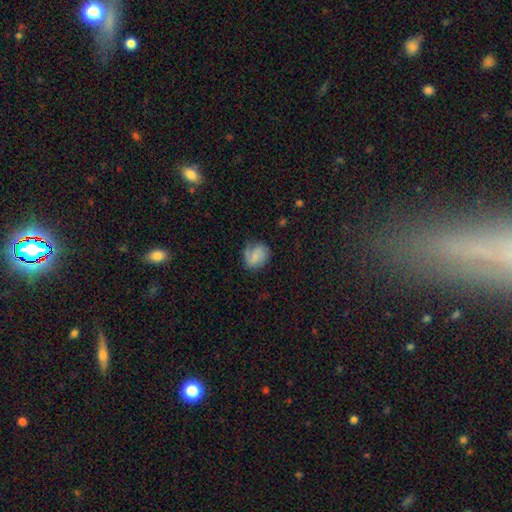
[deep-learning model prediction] A smooth galaxy with no disk features (58%) that is round (65%).

Vote fractions:
- Smooth or featured? smooth: 58% / featured or disk: 34% / star or artifact: 8%
- How rounded? round: 65% / in between: 34% / cigar-shaped: 1%
- Merging? none: 63% / minor disturbance: 25% / major disturbance: 10% / merger: 2%